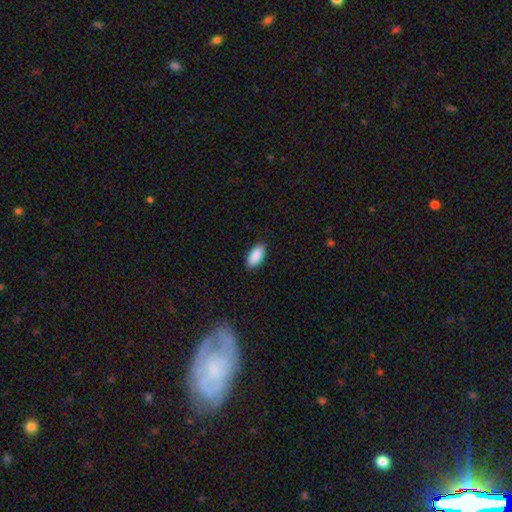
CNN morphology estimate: This appears to be a smooth galaxy with no disk features (91%) that is in between round and cigar-shaped (92%). Merging: none (89%).